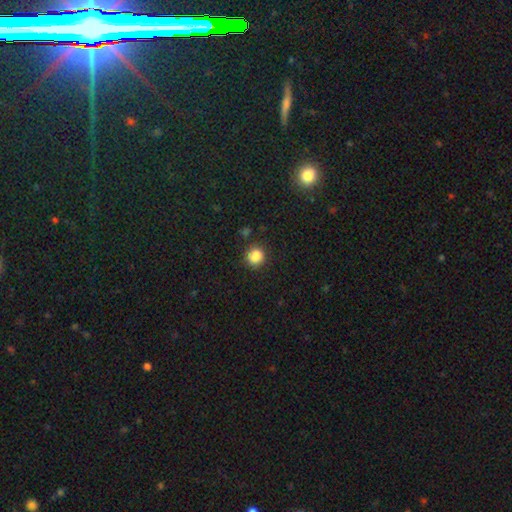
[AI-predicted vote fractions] A smooth galaxy with no disk features (84%) that is round (78%).

Vote fractions:
- Smooth or featured? smooth: 84% / star or artifact: 11% / featured or disk: 4%
- How rounded? round: 78% / in between: 21% / cigar-shaped: 1%
- Merging? none: 78% / minor disturbance: 14% / merger: 4% / major disturbance: 4%